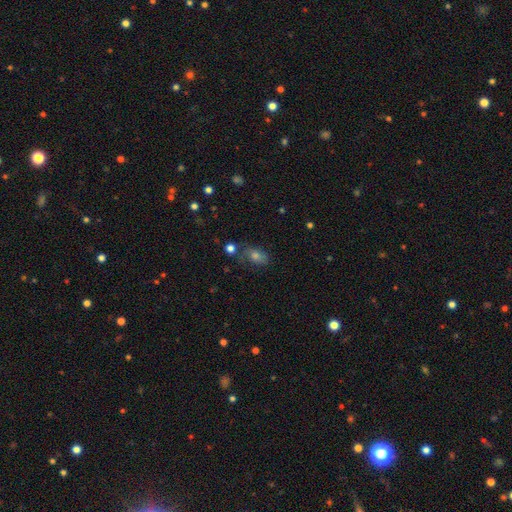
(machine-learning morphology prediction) Smooth or featured? Predicted: smooth (p=0.53). How rounded? Predicted: in between (p=0.77). Merging? Predicted: none (p=0.63).